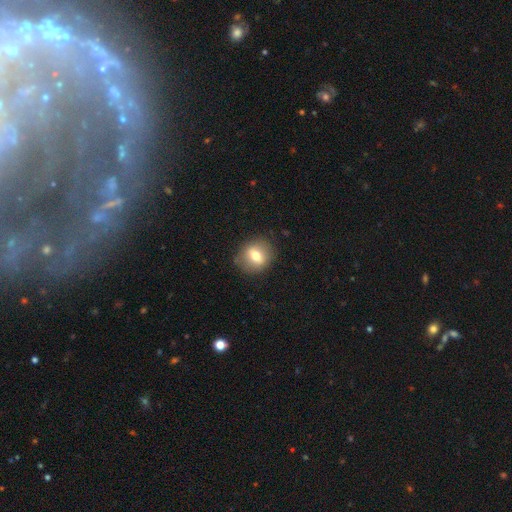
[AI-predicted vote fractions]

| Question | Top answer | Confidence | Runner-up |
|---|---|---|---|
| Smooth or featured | smooth | 66% | featured or disk (24%) |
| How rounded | round | 72% | in between (27%) |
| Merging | none | 84% | minor disturbance (11%) |